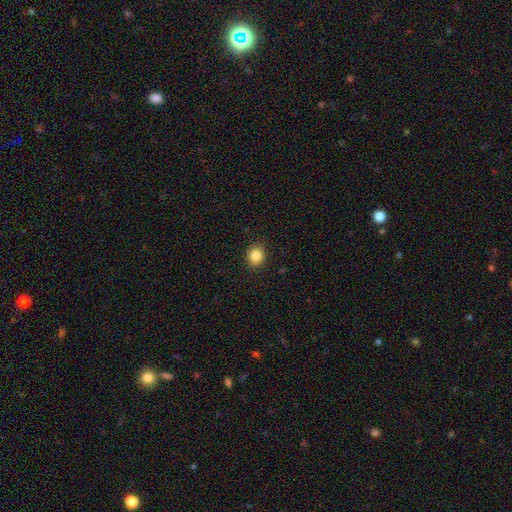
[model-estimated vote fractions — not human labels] Q: Smooth or featured?
A: smooth (85%); runner-up: star or artifact (10%)
Q: How rounded?
A: round (79%); runner-up: in between (20%)
Q: Merging?
A: none (91%); runner-up: minor disturbance (6%)